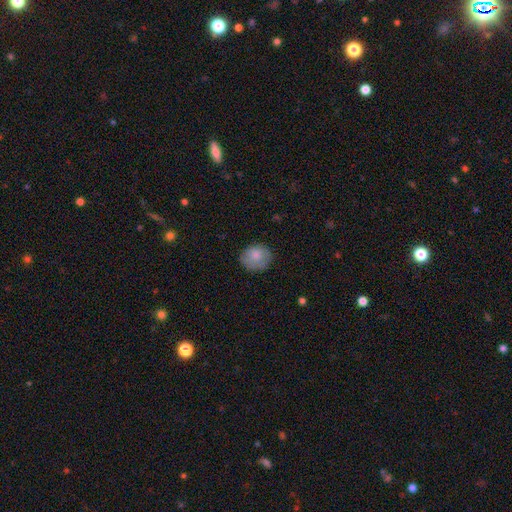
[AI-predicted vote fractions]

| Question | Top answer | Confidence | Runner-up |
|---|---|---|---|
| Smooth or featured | smooth | 80% | featured or disk (13%) |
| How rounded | round | 69% | in between (30%) |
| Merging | none | 78% | minor disturbance (17%) |